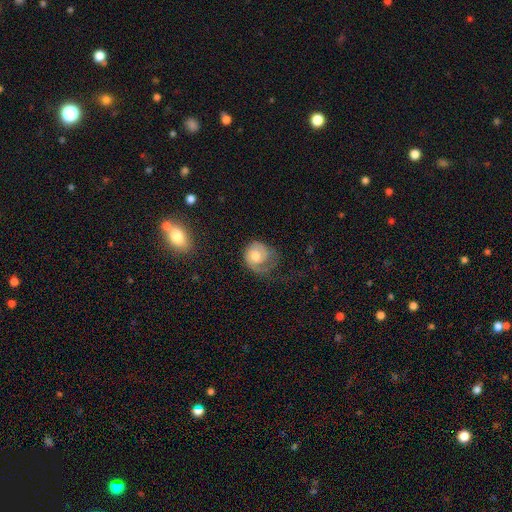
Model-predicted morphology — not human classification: The model was most divided on "merging": none: 44%, major disturbance: 31%, minor disturbance: 23%, merger: 2%. More confident: edge-on disk — no (98%); spiral arms — yes (86%); bar — no (77%); bulge size — moderate (64%); smooth or featured — featured or disk (58%).